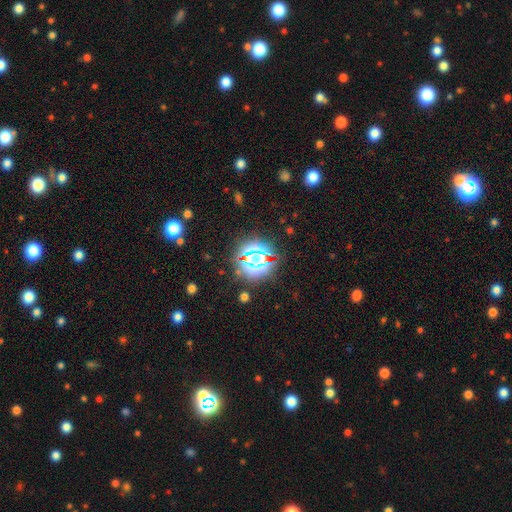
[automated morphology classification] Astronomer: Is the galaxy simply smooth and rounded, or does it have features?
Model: star or artifact — 79%.